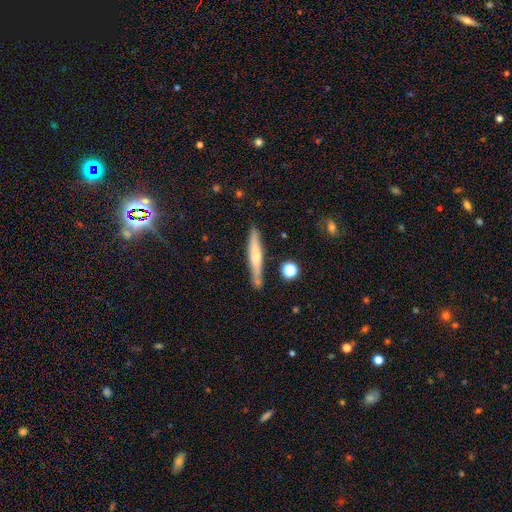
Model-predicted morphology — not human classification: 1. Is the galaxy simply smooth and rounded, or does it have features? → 50% smooth, 43% featured or disk, 7% star or artifact.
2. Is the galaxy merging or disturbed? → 79% none, 13% minor disturbance, 5% merger, 3% major disturbance.